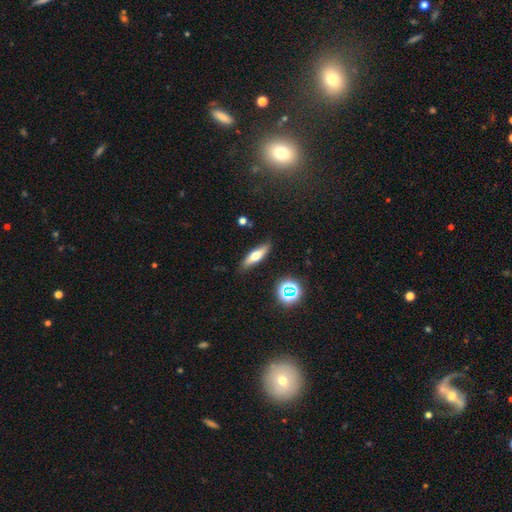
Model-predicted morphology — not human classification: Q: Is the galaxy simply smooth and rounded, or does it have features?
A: smooth — 54%.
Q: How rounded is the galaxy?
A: cigar-shaped — 62%.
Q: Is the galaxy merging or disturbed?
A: none — 86%.